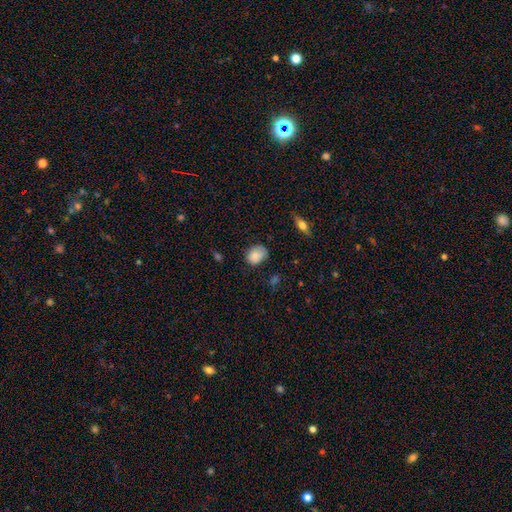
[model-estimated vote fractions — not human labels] Q: Smooth or featured?
A: smooth (81%); runner-up: featured or disk (10%)
Q: How rounded?
A: in between (59%); runner-up: round (39%)
Q: Merging?
A: none (59%); runner-up: minor disturbance (31%)